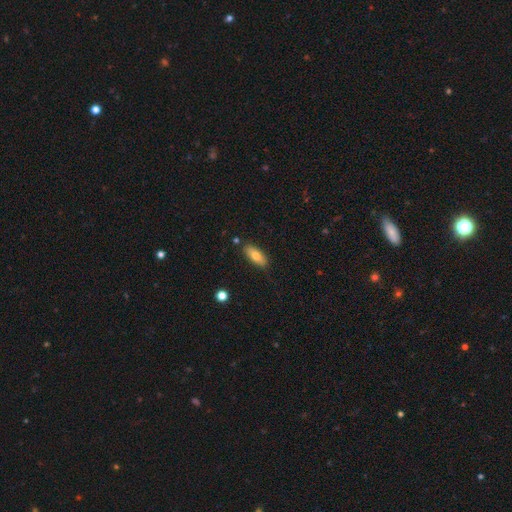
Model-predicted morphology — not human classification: This is likely a smooth galaxy (74%). How rounded: likely in between (77%). Merging: clearly none (84%).